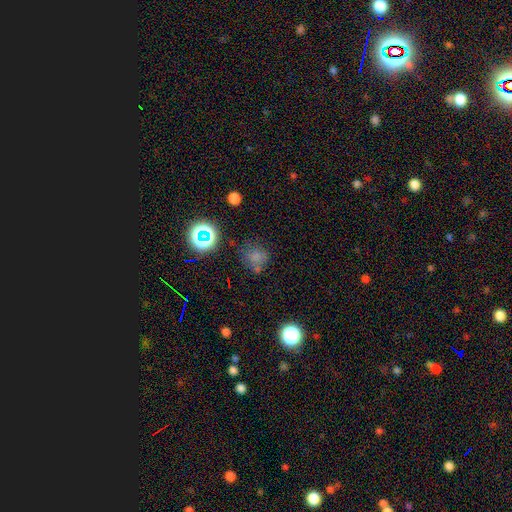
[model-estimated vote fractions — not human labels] Smooth or featured? smooth (65%)
How rounded? round (79%)
Merging? none (61%)